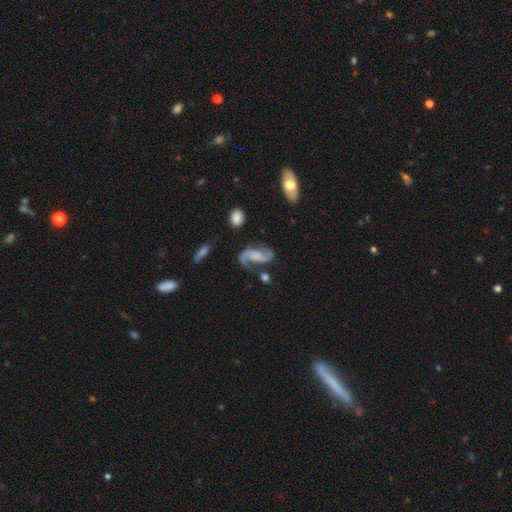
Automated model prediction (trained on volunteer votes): Overall: featured or disk (87%). Edge-on disk: no (97%). Bar: no (51%; weak 36%). Spiral arms: yes (97%). Spiral arm count: 2 (93%). Spiral winding: loose (51%; medium 40%). Bulge size: none (43%; moderate 22%). Merging: none (70%).